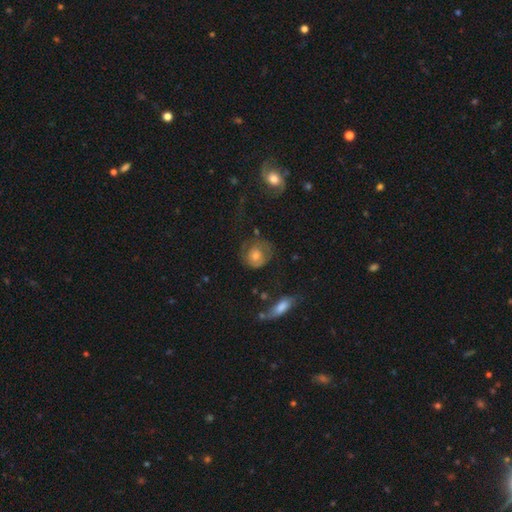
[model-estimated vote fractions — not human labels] This is possibly a smooth galaxy (46%). Merging: possibly none (55%).